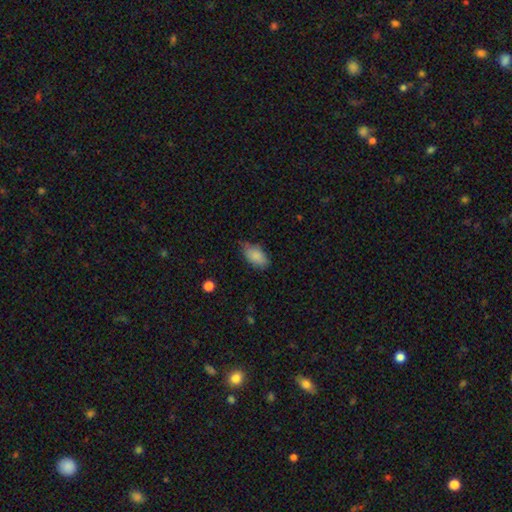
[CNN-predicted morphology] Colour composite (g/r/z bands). It shows a smooth galaxy with no disk features (86%) that is in between round and cigar-shaped (93%). Merging: none (65%).